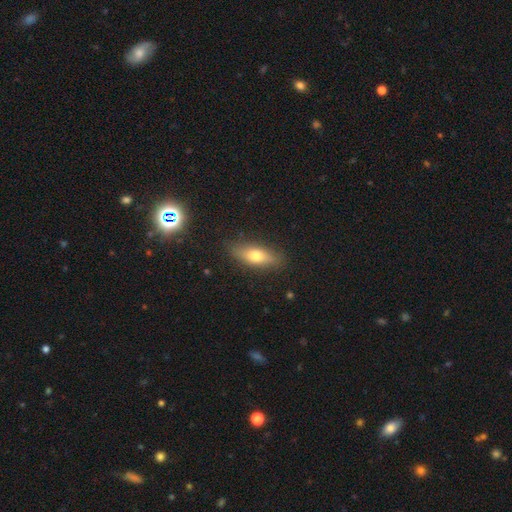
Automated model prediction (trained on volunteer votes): smooth-or-featured: smooth: 65% | featured or disk: 28% | star or artifact: 7%
  how-rounded: in between: 61% | cigar-shaped: 34% | round: 4%
  merging: none: 84% | minor disturbance: 12% | major disturbance: 3% | merger: 1%